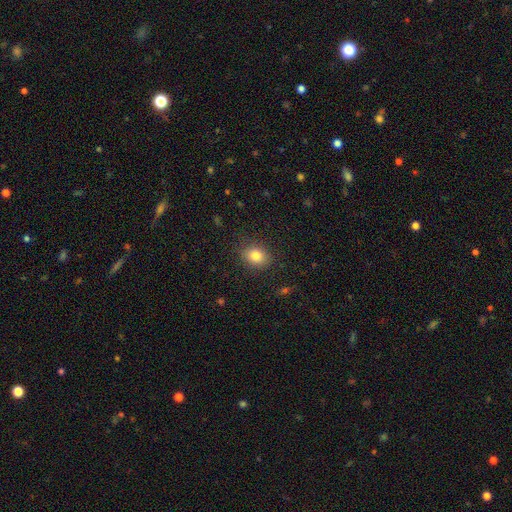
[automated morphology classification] Smooth or featured? smooth (82%)
How rounded? in between (52%)
Merging? none (86%)